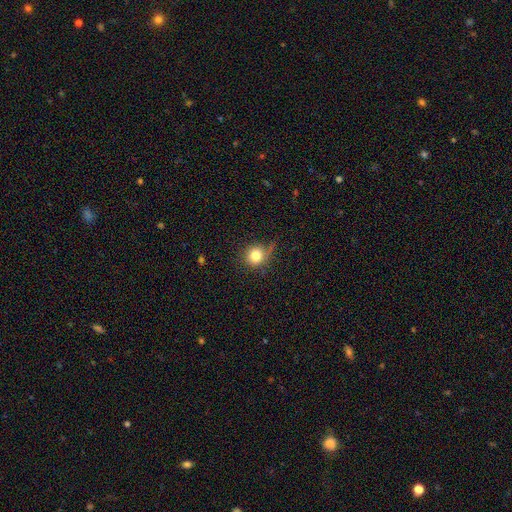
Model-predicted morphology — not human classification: A smooth galaxy with no disk features (80%) that is round (84%). Merging: none (62%).